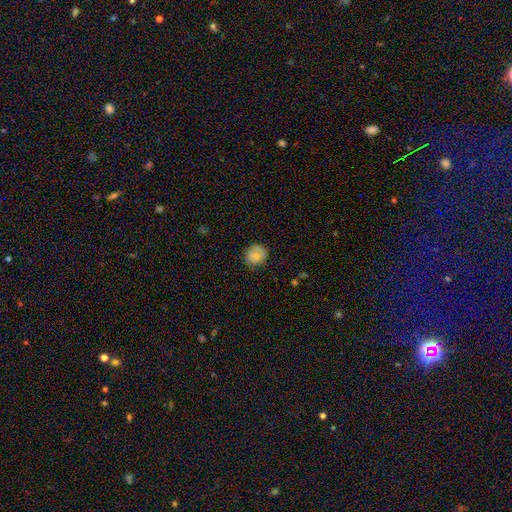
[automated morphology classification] Smooth or featured: smooth — 71% (featured or disk — 20%)
How rounded: round — 78% (in between — 22%)
Merging: none — 72% (minor disturbance — 20%)